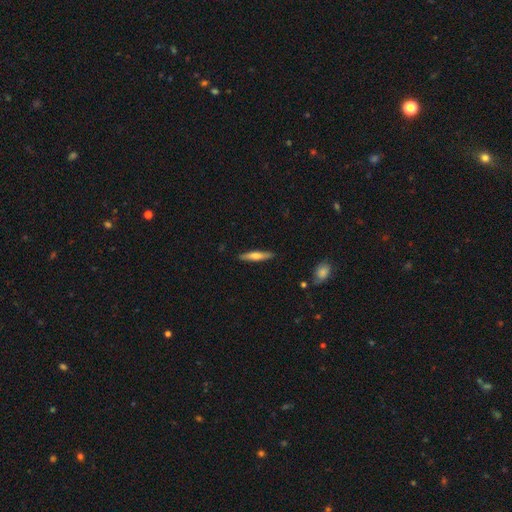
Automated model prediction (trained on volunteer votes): smooth_or_featured: smooth (p=0.60) [alt: featured or disk p=0.35]
how_rounded: cigar-shaped (p=0.88) [alt: in between p=0.11]
merging: none (p=0.88) [alt: minor disturbance p=0.09]